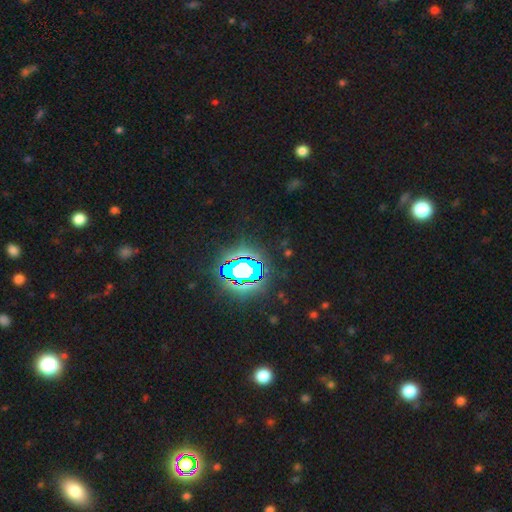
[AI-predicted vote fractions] Overall: star or artifact (84%).